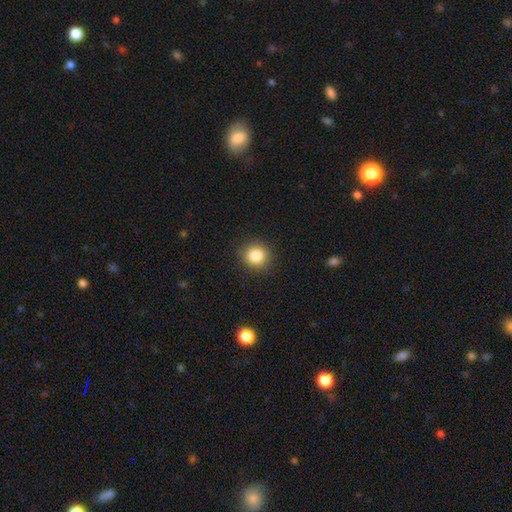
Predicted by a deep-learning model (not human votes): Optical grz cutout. It shows a smooth galaxy with no disk features (84%) that is round (89%). Merging: none (90%).